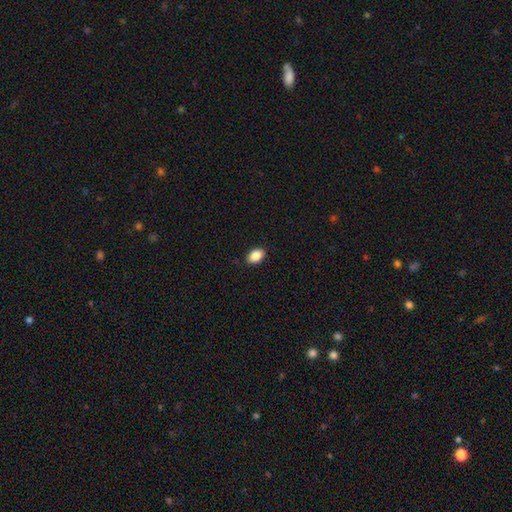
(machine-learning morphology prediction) A smooth galaxy with no disk features (88%) that is in between round and cigar-shaped (85%). Merging: none (88%).